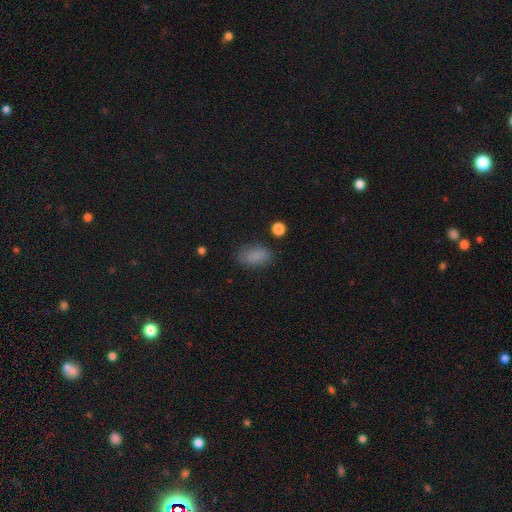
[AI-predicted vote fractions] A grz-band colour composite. It shows a smooth galaxy with no disk features (84%) that is in between round and cigar-shaped (90%). Merging: none (78%).